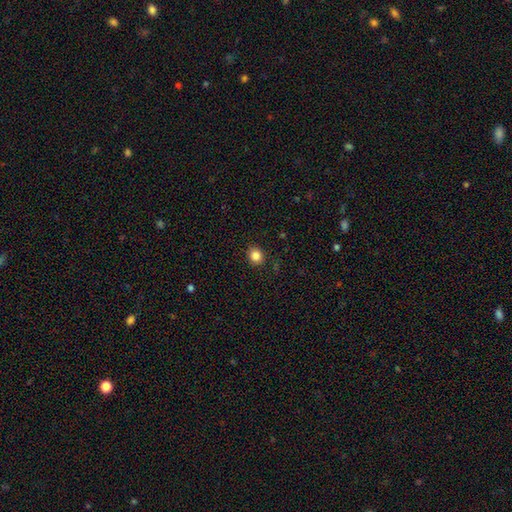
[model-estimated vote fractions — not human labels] The model was most divided on "how rounded": round: 78%, in between: 21%, cigar-shaped: 1%. More confident: merging — none (89%); smooth or featured — smooth (85%).